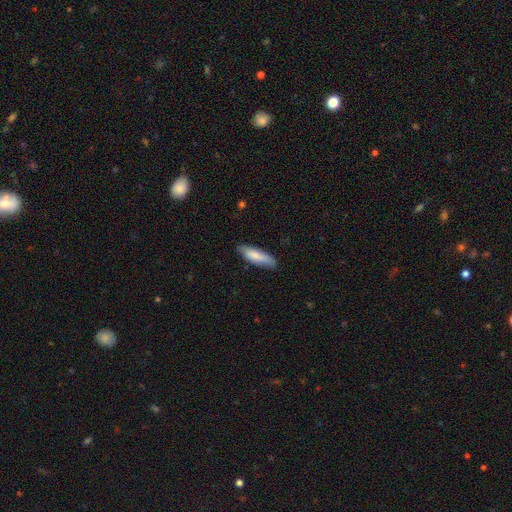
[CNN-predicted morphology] A smooth galaxy with no disk features (79%) that is cigar-shaped (53%). Merging: none (81%).